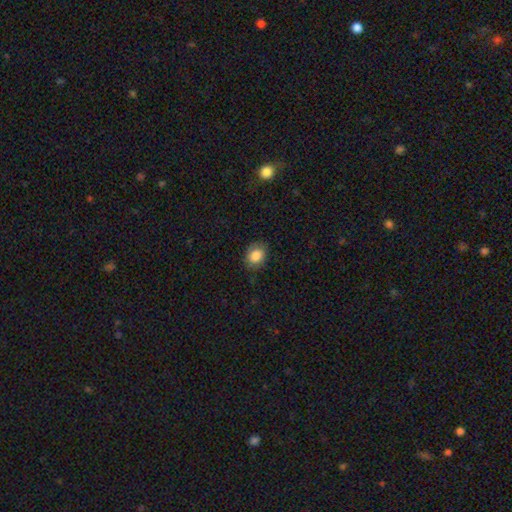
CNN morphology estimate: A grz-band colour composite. It shows a smooth galaxy with no disk features (84%) that is in between round and cigar-shaped (54%). Merging: none (80%).